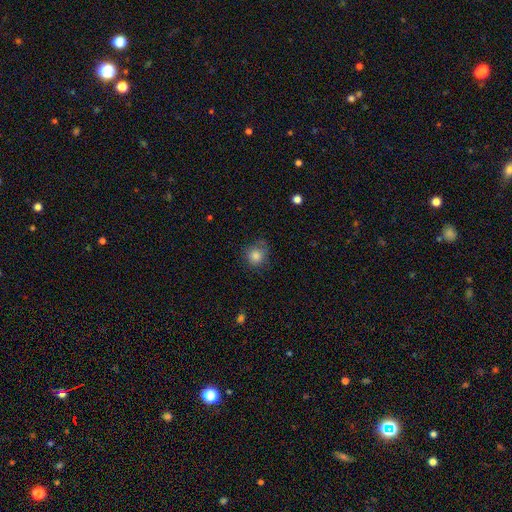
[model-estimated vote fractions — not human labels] Smooth or featured? Predicted: smooth (p=0.82). How rounded? Predicted: round (p=0.83). Merging? Predicted: none (p=0.66).